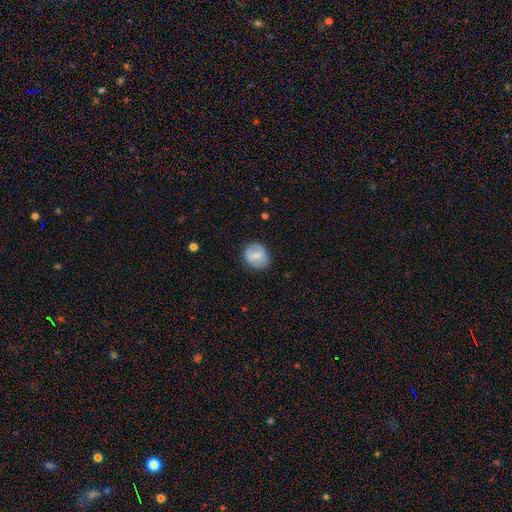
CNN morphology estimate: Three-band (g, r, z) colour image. It shows a smooth galaxy with no disk features (75%) that is round (64%). Merging: none (77%).